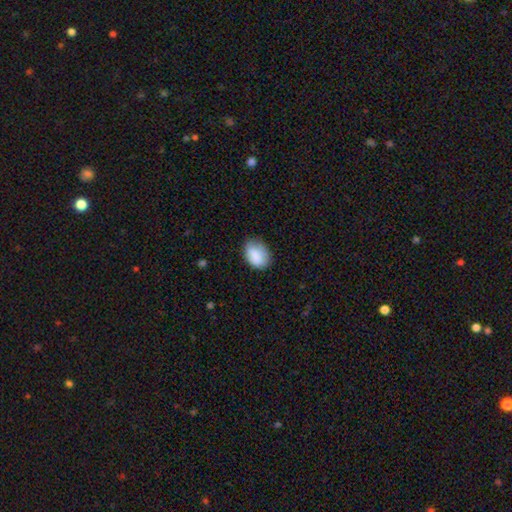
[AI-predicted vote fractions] Overall: smooth (86%). How rounded: in between (82%). Merging: none (69%).